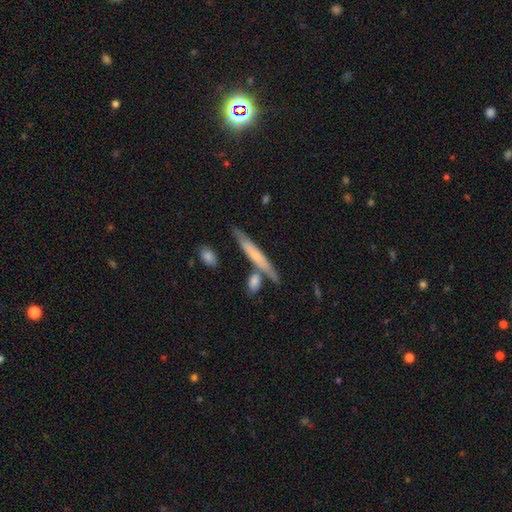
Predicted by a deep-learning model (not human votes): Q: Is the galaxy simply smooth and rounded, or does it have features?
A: smooth — 48%.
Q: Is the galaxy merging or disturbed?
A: none — 72%.